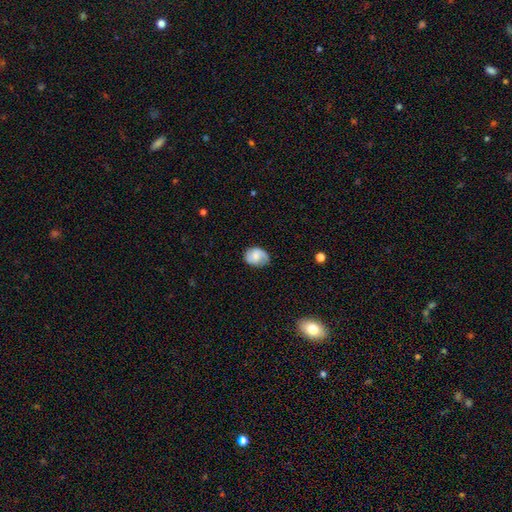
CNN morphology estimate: This appears to be a smooth galaxy with no disk features (52%) that is in between round and cigar-shaped (51%). Merging: none (64%).